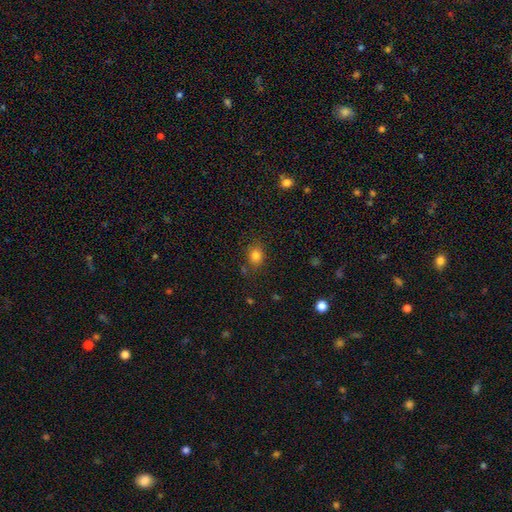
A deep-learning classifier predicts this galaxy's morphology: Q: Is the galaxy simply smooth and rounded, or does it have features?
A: smooth — 81%.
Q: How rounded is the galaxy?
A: round — 64%.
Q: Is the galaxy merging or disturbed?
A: none — 77%.